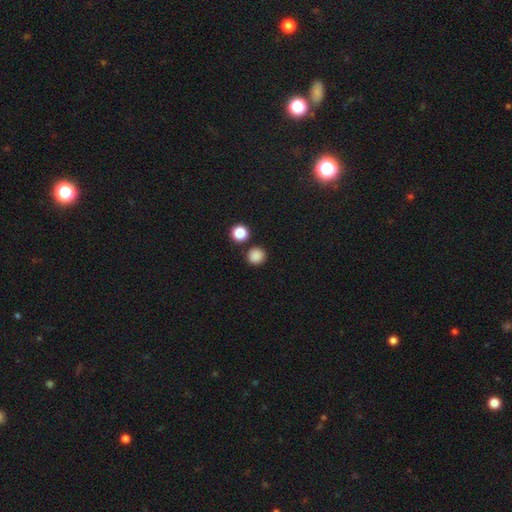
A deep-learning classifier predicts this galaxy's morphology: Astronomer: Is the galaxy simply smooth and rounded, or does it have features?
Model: smooth — 86%.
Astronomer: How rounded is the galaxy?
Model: round — 91%.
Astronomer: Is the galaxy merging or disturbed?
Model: none — 85%.